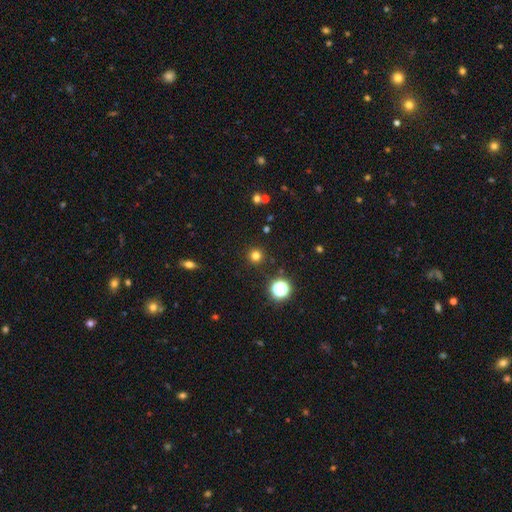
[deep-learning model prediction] Smooth or featured: smooth — 77% (star or artifact — 18%)
How rounded: round — 96% (in between — 3%)
Merging: none — 92% (minor disturbance — 5%)